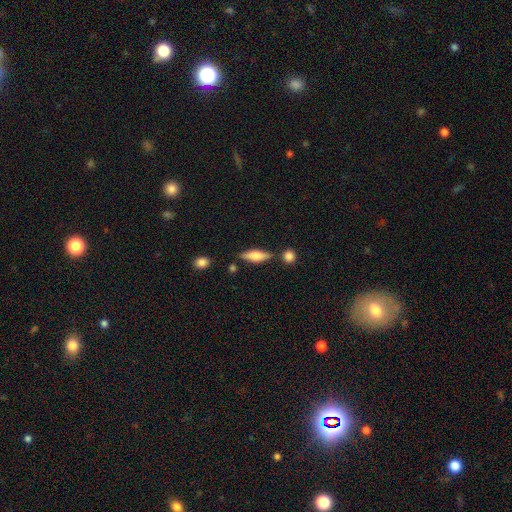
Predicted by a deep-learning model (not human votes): This appears to be a smooth galaxy with no disk features (58%) that is in between round and cigar-shaped (49%). Merging: none (75%).